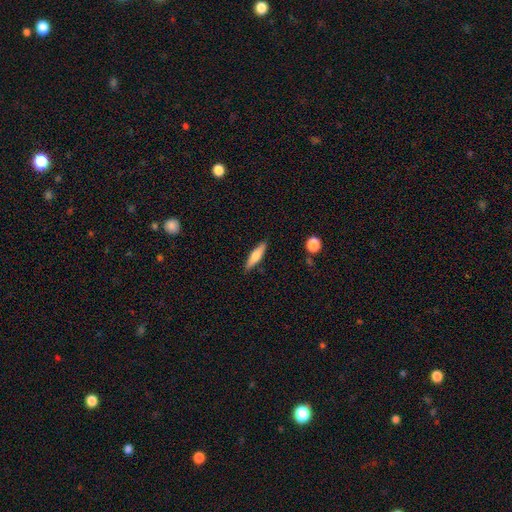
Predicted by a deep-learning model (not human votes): smooth_or_featured: smooth (p=0.67) [alt: featured or disk p=0.27]
how_rounded: cigar-shaped (p=0.73) [alt: in between p=0.26]
merging: none (p=0.87) [alt: minor disturbance p=0.09]